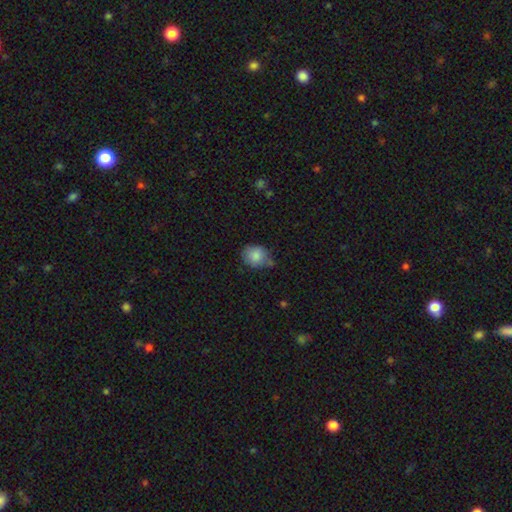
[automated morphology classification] A smooth galaxy with no disk features (84%) that is round (67%).

Vote fractions:
- Smooth or featured? smooth: 84% / star or artifact: 8% / featured or disk: 8%
- How rounded? round: 67% / in between: 32% / cigar-shaped: 1%
- Merging? none: 56% / minor disturbance: 31% / merger: 6% / major disturbance: 6%